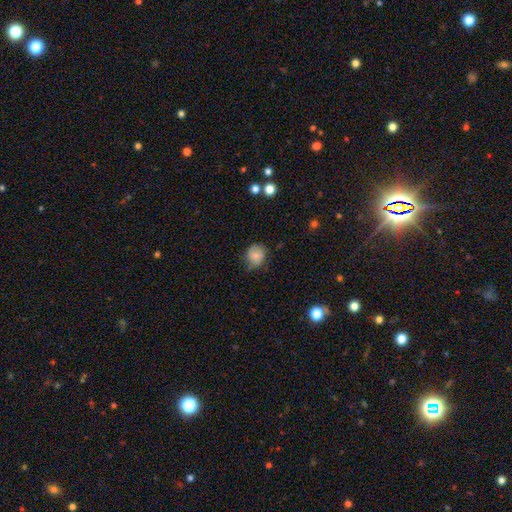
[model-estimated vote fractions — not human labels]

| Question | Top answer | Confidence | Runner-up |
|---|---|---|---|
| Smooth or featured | smooth | 74% | featured or disk (17%) |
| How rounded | round | 71% | in between (28%) |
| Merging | none | 58% | minor disturbance (33%) |